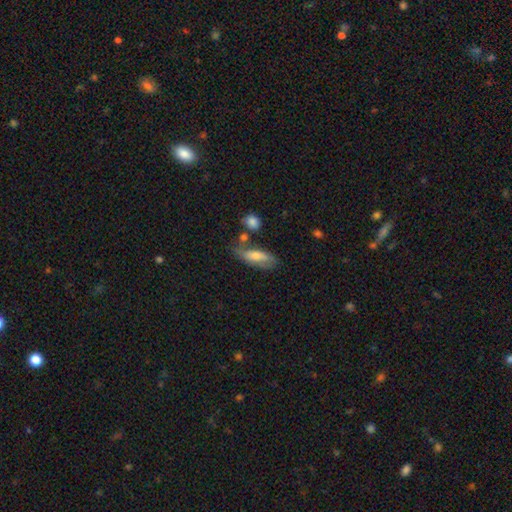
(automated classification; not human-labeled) A smooth galaxy with no disk features (56%) that is in between round and cigar-shaped (70%). Merging: none (59%).